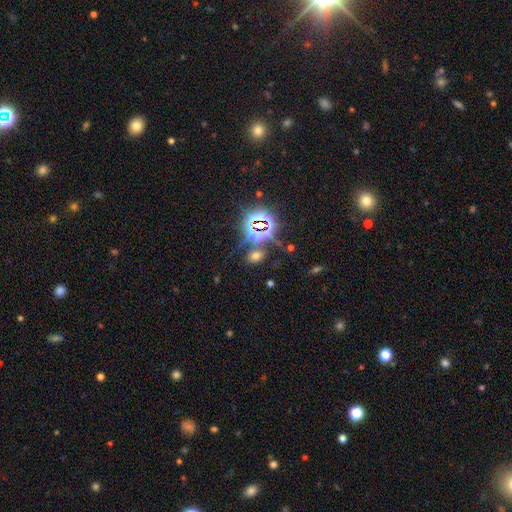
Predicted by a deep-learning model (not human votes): smooth_or_featured: smooth (p=0.46) [alt: star or artifact p=0.45]
merging: none (p=0.74) [alt: minor disturbance p=0.11]